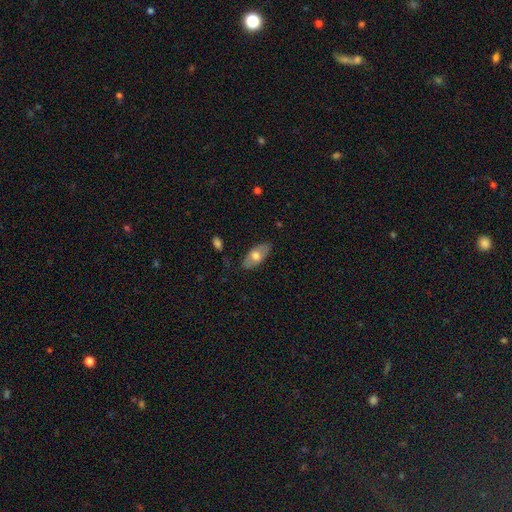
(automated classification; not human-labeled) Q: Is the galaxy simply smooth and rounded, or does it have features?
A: smooth — 63%.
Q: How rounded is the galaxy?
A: in between — 90%.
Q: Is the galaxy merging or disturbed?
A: none — 80%.